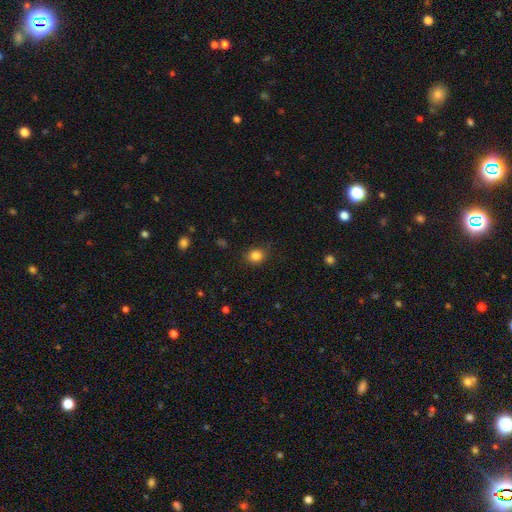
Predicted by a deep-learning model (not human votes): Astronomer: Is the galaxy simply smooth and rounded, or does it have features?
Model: smooth — 84%.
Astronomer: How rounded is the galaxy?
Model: round — 73%.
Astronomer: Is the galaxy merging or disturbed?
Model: none — 87%.